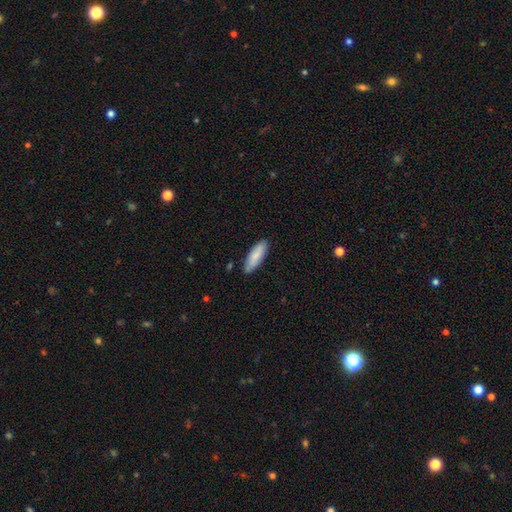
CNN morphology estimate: A smooth galaxy with no disk features (82%) that is in between round and cigar-shaped (61%). Merging: none (83%).